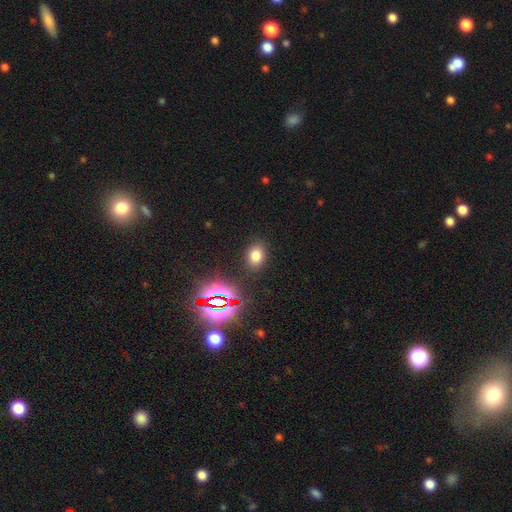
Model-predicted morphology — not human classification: smooth_or_featured: smooth (p=0.73) [alt: star or artifact p=0.20]
how_rounded: in between (p=0.69) [alt: round p=0.30]
merging: none (p=0.85) [alt: minor disturbance p=0.09]